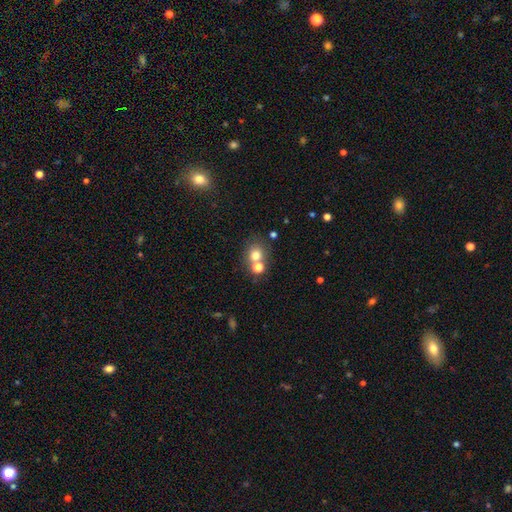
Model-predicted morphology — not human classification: Q: Smooth or featured?
A: smooth (73%); runner-up: star or artifact (16%)
Q: How rounded?
A: round (77%); runner-up: in between (22%)
Q: Merging?
A: none (55%); runner-up: merger (32%)